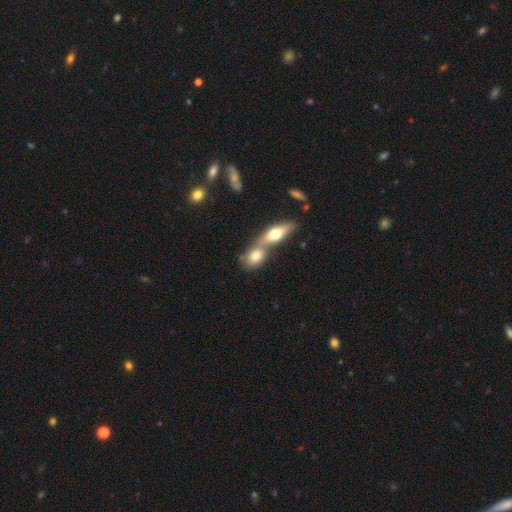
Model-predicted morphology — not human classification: smooth-or-featured: smooth: 73% | featured or disk: 20% | star or artifact: 7%
  how-rounded: in between: 66% | round: 27% | cigar-shaped: 8%
  merging: merger: 62% | none: 28% | minor disturbance: 7% | major disturbance: 3%